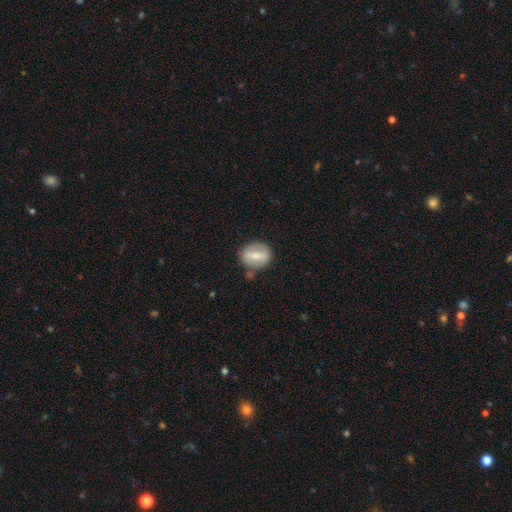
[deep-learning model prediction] Q: Smooth or featured?
A: smooth (59%); runner-up: featured or disk (33%)
Q: How rounded?
A: round (50%); runner-up: in between (47%)
Q: Merging?
A: none (68%); runner-up: minor disturbance (19%)